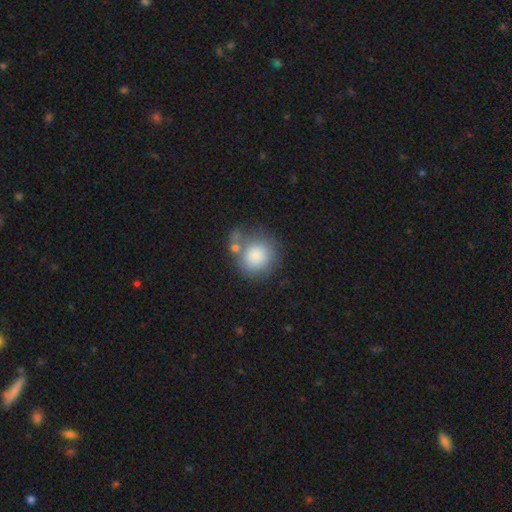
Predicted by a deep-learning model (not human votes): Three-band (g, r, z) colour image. It shows a smooth galaxy with no disk features (83%) that is round (87%). Merging: none (55%).